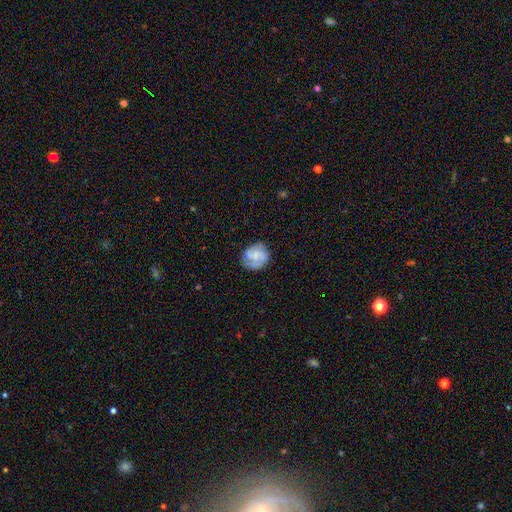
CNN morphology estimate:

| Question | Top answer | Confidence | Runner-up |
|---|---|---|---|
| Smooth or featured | featured or disk | 53% | smooth (39%) |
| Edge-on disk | no | 98% | yes (2%) |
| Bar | no | 60% | weak (33%) |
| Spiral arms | yes | 84% | no (16%) |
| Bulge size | small | 44% | none (28%) |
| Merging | none | 70% | minor disturbance (21%) |